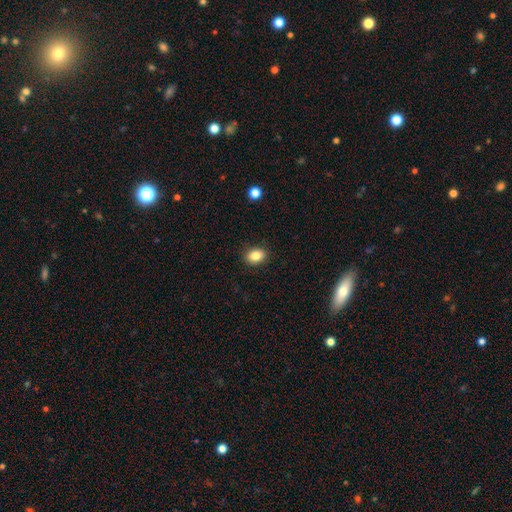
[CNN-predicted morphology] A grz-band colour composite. It shows a smooth galaxy with no disk features (85%) that is in between round and cigar-shaped (62%). Merging: none (90%).